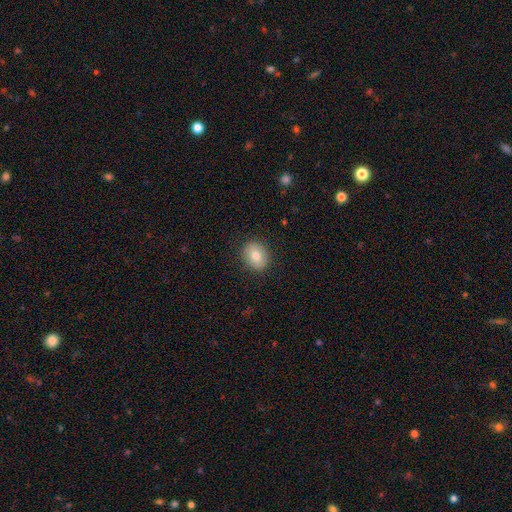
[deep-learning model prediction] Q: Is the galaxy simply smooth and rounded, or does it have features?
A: smooth — 79%.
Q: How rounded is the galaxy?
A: round — 54%.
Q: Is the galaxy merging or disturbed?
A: none — 88%.